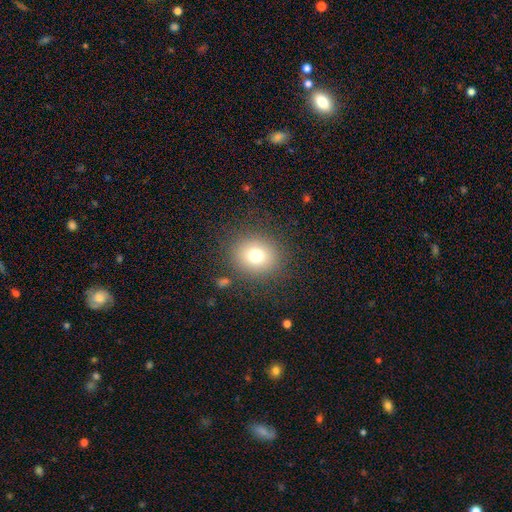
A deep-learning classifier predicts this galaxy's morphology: Smooth or featured?
  - smooth: 74% *
  - star or artifact: 14%
  - featured or disk: 11%
How rounded?
  - round: 80% *
  - in between: 19%
  - cigar-shaped: 1%
Merging?
  - none: 86% *
  - minor disturbance: 8%
  - major disturbance: 4%
  - merger: 2%